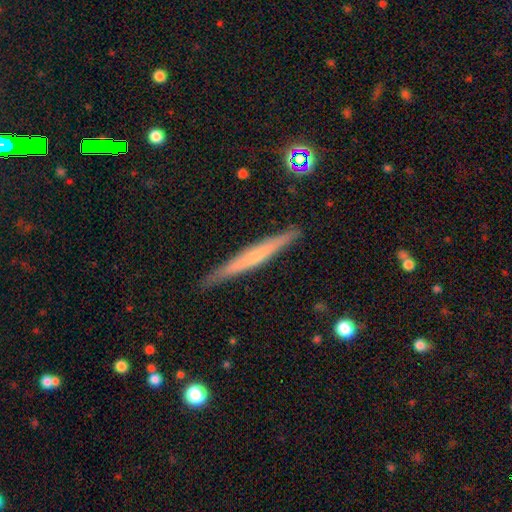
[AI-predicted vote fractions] Q: Smooth or featured?
A: featured or disk (48%); runner-up: smooth (46%)
Q: Merging?
A: none (88%); runner-up: minor disturbance (9%)